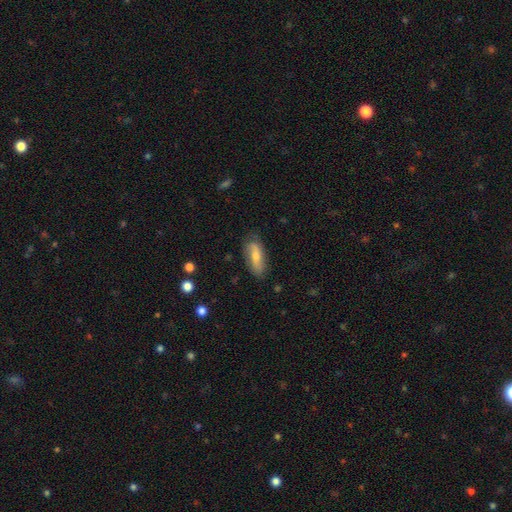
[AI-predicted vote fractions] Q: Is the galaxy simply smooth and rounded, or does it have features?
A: smooth — 48%.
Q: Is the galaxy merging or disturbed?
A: none — 77%.